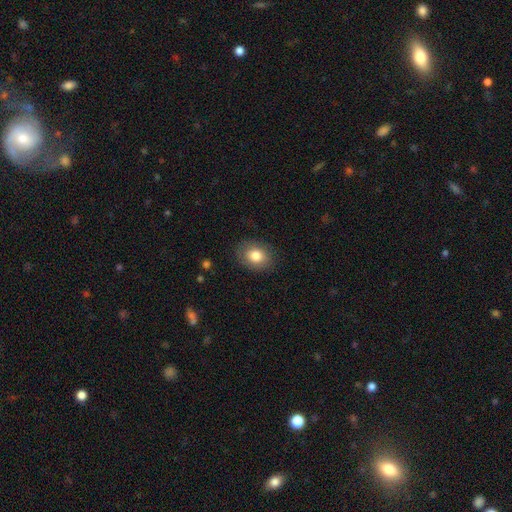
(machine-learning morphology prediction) Smooth or featured?
  - smooth: 80% *
  - featured or disk: 11%
  - star or artifact: 9%
How rounded?
  - in between: 59% *
  - round: 40%
  - cigar-shaped: 1%
Merging?
  - none: 85% *
  - minor disturbance: 10%
  - major disturbance: 3%
  - merger: 1%